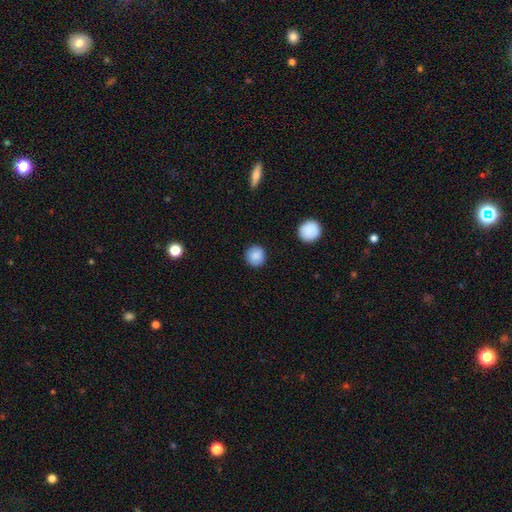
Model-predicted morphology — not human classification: type=smooth (87%); roundness=round (93%); merging=none (90%).